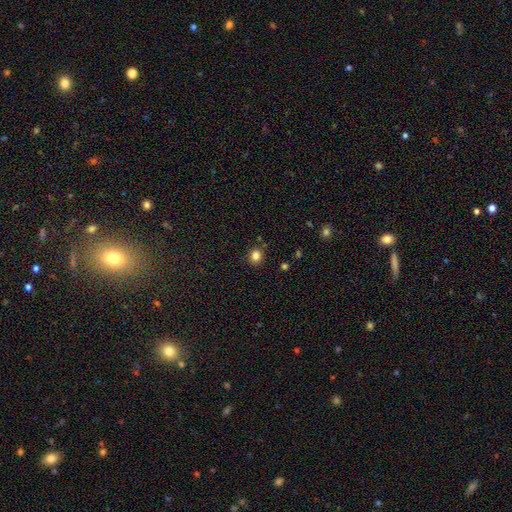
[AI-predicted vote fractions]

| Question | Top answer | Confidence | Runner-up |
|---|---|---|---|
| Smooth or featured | smooth | 82% | star or artifact (13%) |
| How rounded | round | 82% | in between (17%) |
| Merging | none | 87% | minor disturbance (8%) |